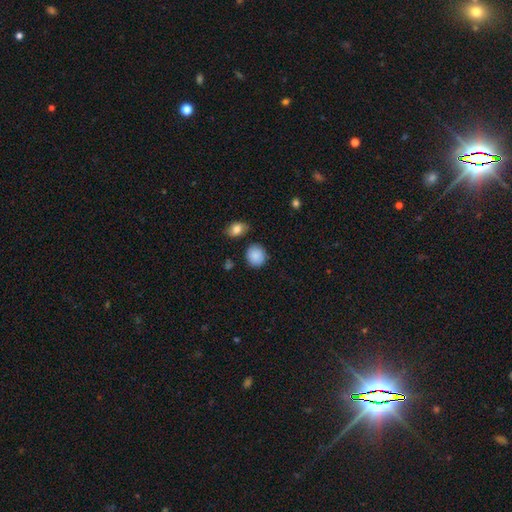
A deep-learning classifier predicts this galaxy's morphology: A smooth galaxy with no disk features (88%) that is round (80%). Merging: none (83%).